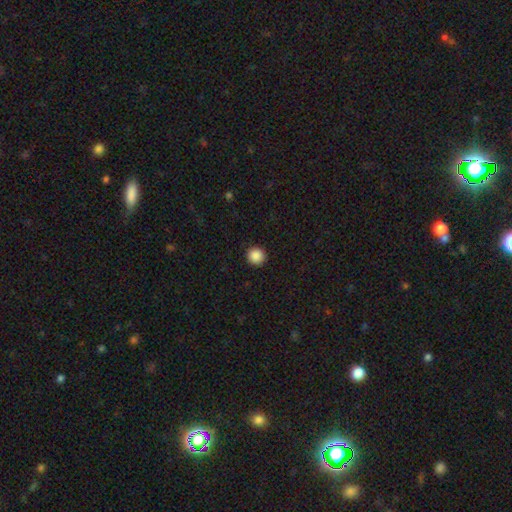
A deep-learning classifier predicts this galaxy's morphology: Smooth or featured?
  - smooth: 88% *
  - star or artifact: 9%
  - featured or disk: 3%
How rounded?
  - round: 95% *
  - in between: 4%
  - cigar-shaped: 1%
Merging?
  - none: 93% *
  - minor disturbance: 5%
  - major disturbance: 2%
  - merger: 1%